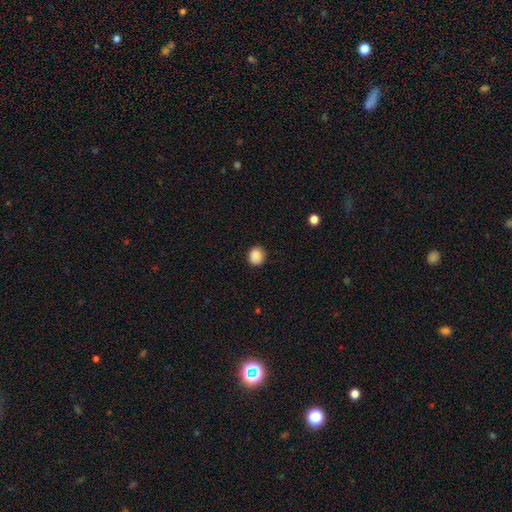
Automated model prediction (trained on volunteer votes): smooth 89%, star or artifact 9%, featured or disk 3%. Down the decision tree: how rounded — round (78%); merging — none (88%).